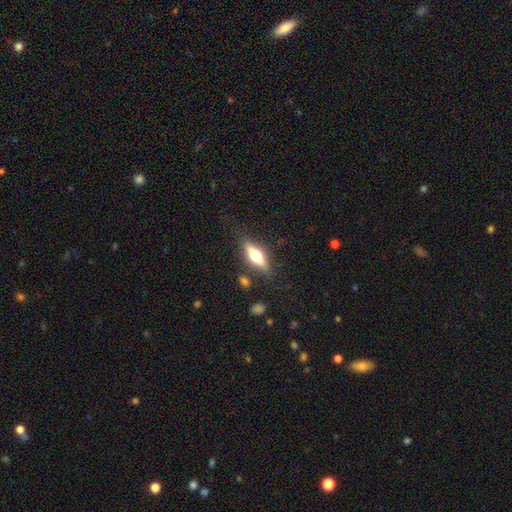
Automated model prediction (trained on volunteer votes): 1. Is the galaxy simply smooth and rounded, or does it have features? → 47% featured or disk, 46% smooth, 7% star or artifact.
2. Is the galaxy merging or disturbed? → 80% none, 13% minor disturbance, 4% major disturbance, 3% merger.